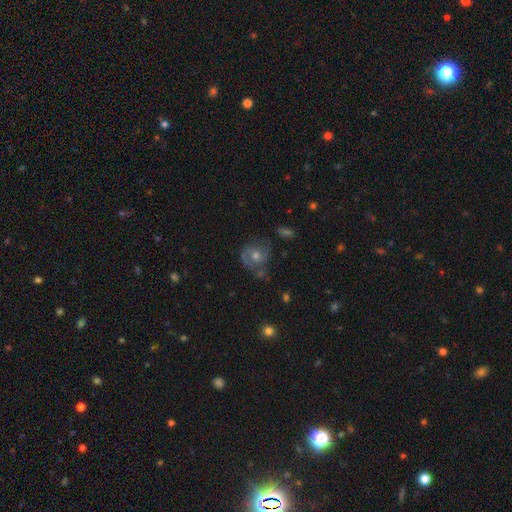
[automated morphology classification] Smooth or featured? Predicted: featured or disk (p=0.67). Edge-on disk? Predicted: no (p=0.97). Bar? Predicted: no (p=0.75). Spiral arms? Predicted: yes (p=0.88). Spiral winding? Predicted: medium (p=0.42). Spiral arm count? Predicted: 2 (p=0.63). Bulge size? Predicted: moderate (p=0.67). Merging? Predicted: none (p=0.65).